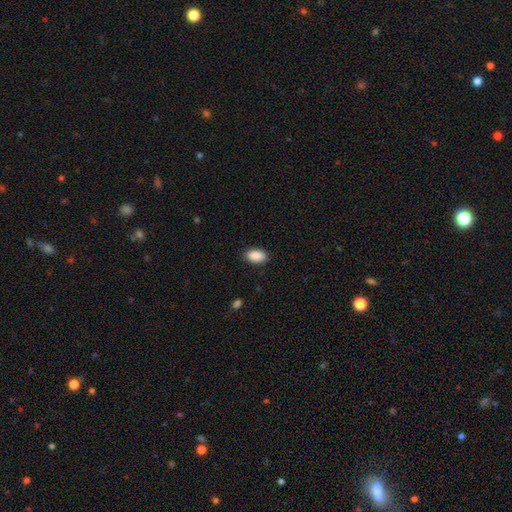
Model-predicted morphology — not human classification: Smooth or featured? smooth (91%)
How rounded? in between (94%)
Merging? none (88%)